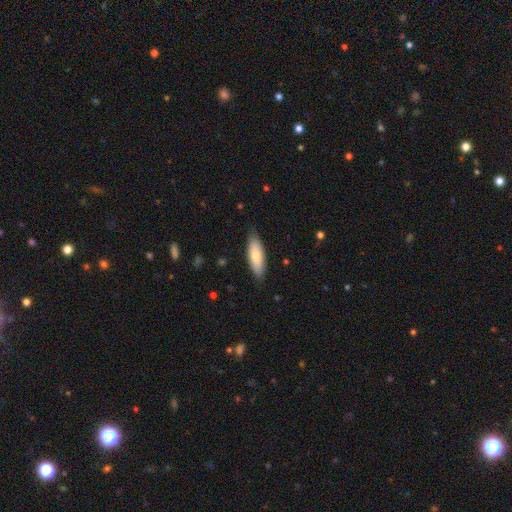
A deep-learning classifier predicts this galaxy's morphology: The model was most divided on "how rounded": in between: 61%, cigar-shaped: 37%, round: 2%. More confident: merging — none (84%); smooth or featured — smooth (75%).